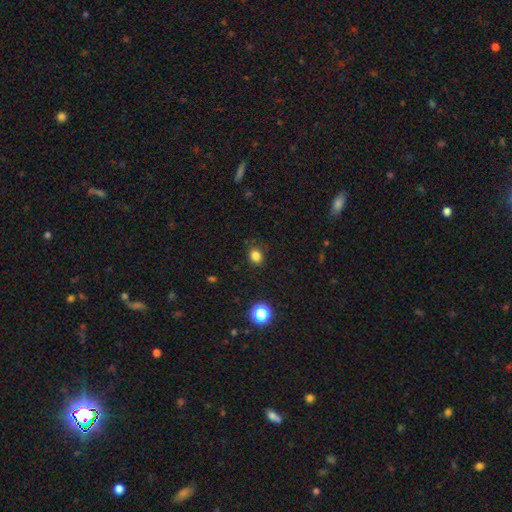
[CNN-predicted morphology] smooth 82%, star or artifact 13%, featured or disk 4%. Down the decision tree: how rounded — round (66%); merging — none (87%).